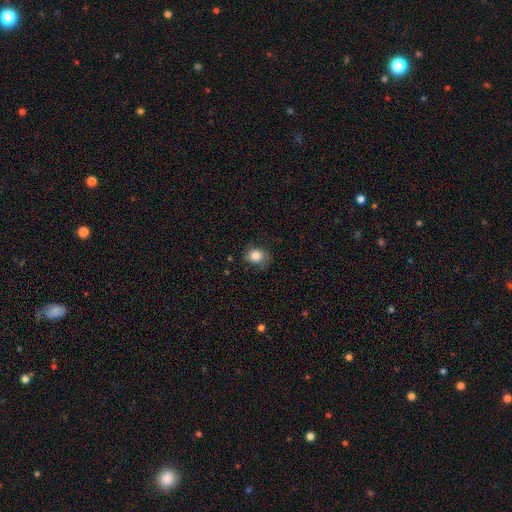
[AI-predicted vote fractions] Q: Smooth or featured?
A: smooth (83%); runner-up: star or artifact (9%)
Q: How rounded?
A: round (57%); runner-up: in between (42%)
Q: Merging?
A: none (68%); runner-up: minor disturbance (23%)